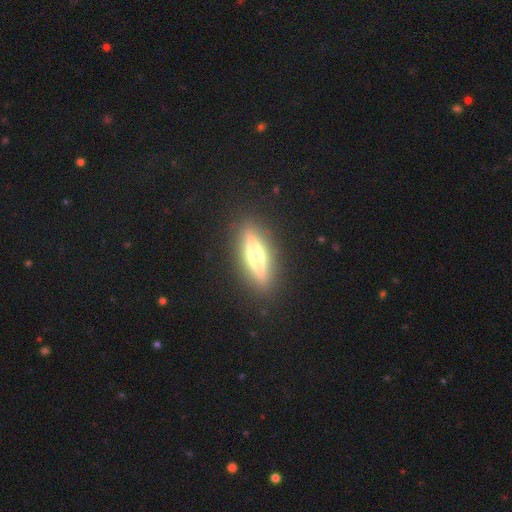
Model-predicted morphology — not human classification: This is possibly a featured or disk galaxy (52%). It is clearly viewed edge-on (88%). Merging: clearly none (88%).